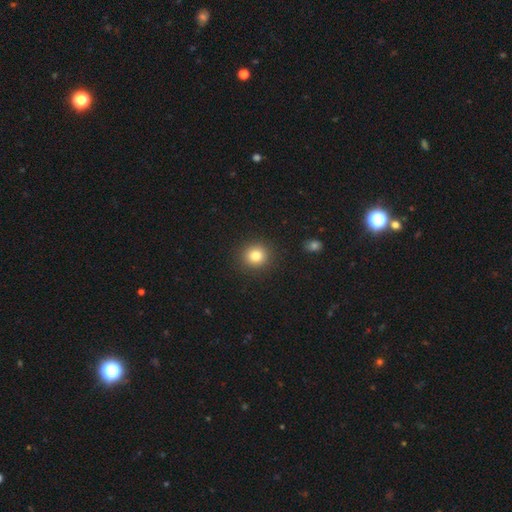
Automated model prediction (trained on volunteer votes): Overall: smooth (82%). How rounded: round (90%). Merging: none (91%).